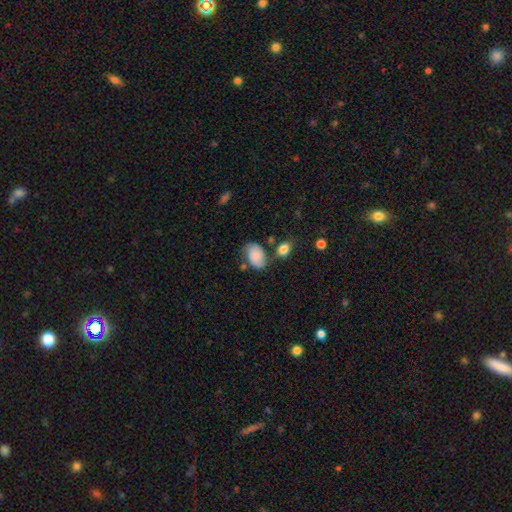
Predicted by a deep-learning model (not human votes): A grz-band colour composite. It shows a smooth galaxy with no disk features (69%) that is in between round and cigar-shaped (85%). Merging: none (57%).